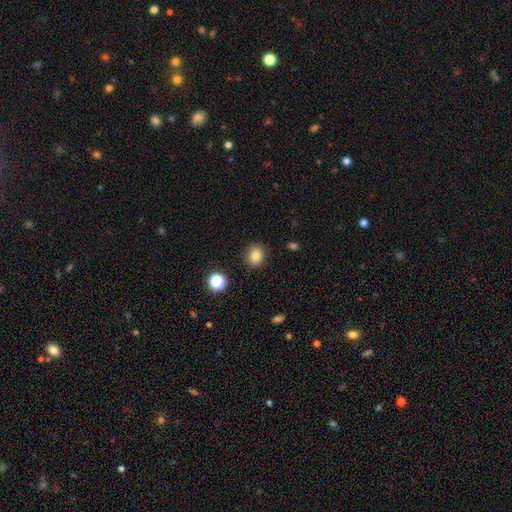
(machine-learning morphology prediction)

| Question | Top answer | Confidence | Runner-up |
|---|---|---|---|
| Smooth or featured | smooth | 80% | star or artifact (12%) |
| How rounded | round | 68% | in between (31%) |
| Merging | none | 88% | minor disturbance (8%) |